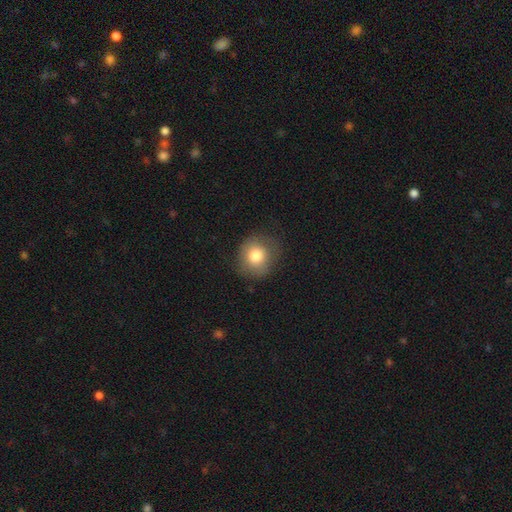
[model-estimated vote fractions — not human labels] smooth_or_featured: smooth (p=0.80) [alt: featured or disk p=0.11]
how_rounded: round (p=0.81) [alt: in between p=0.18]
merging: none (p=0.76) [alt: minor disturbance p=0.17]